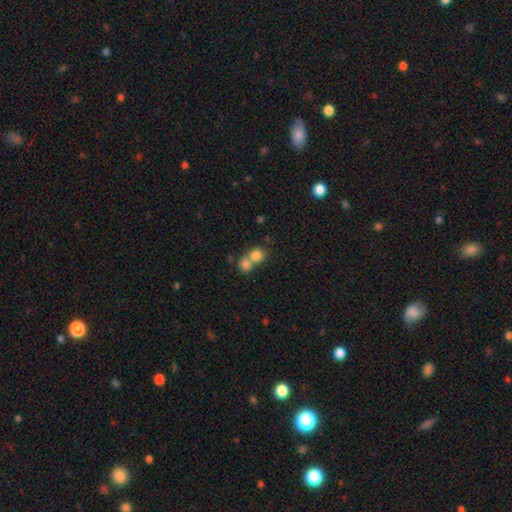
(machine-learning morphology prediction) smooth-or-featured: smooth: 79% | featured or disk: 11% | star or artifact: 10%
  how-rounded: round: 75% | in between: 24% | cigar-shaped: 1%
  merging: merger: 62% | none: 30% | minor disturbance: 5% | major disturbance: 3%